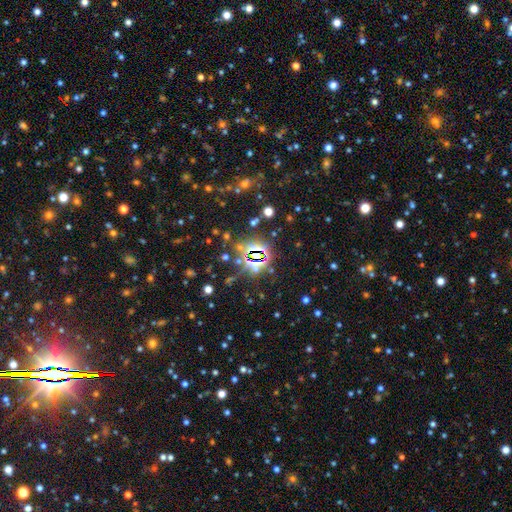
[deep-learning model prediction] Smooth or featured: star or artifact — 76% (smooth — 14%)